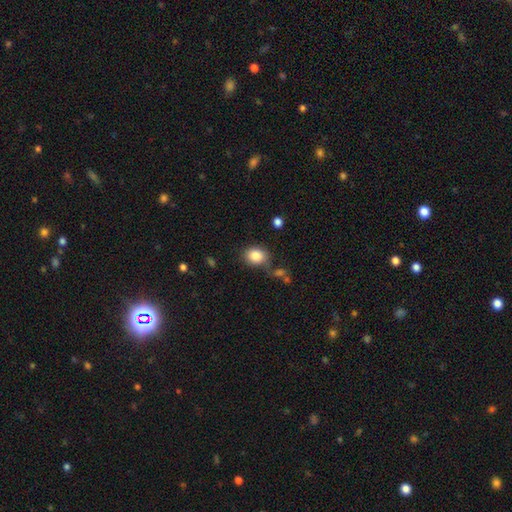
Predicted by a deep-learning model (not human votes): smooth_or_featured: smooth (p=0.84) [alt: star or artifact p=0.09]
how_rounded: round (p=0.55) [alt: in between p=0.44]
merging: none (p=0.73) [alt: minor disturbance p=0.16]